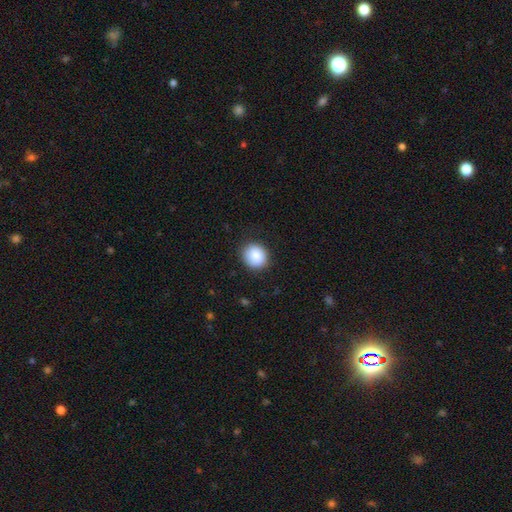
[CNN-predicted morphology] Smooth or featured? smooth (86%)
How rounded? round (79%)
Merging? none (85%)